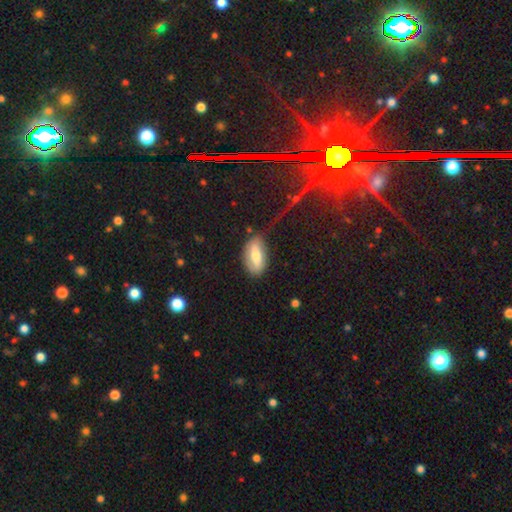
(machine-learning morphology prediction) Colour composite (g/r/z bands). It shows a smooth galaxy with no disk features (62%) that is in between round and cigar-shaped (89%). Merging: none (71%).